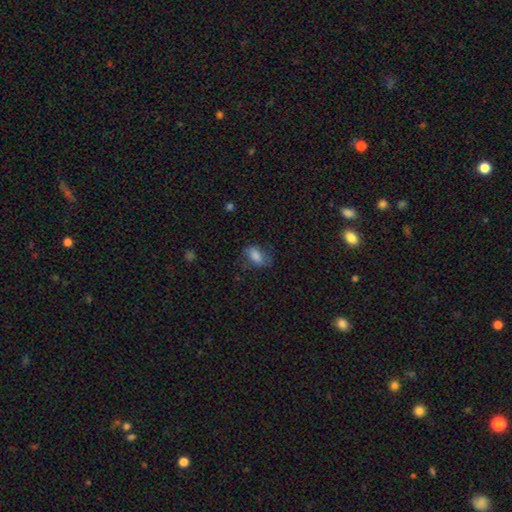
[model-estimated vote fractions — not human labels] smooth-or-featured: smooth: 68% | featured or disk: 22% | star or artifact: 10%
  how-rounded: in between: 86% | round: 9% | cigar-shaped: 5%
  merging: none: 61% | minor disturbance: 24% | major disturbance: 14% | merger: 1%